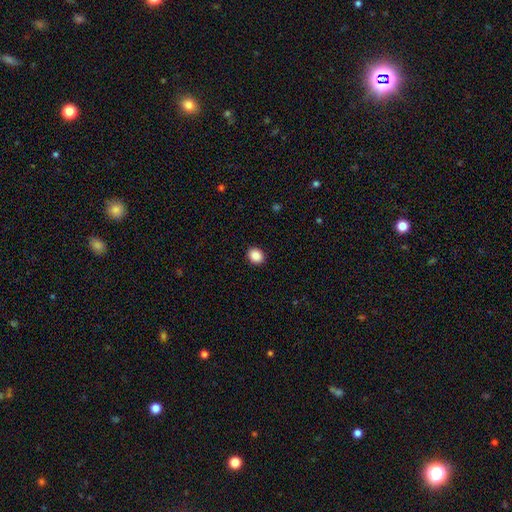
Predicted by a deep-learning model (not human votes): Smooth or featured: smooth — 88% (star or artifact — 9%)
How rounded: round — 58% (in between — 42%)
Merging: none — 92% (minor disturbance — 6%)